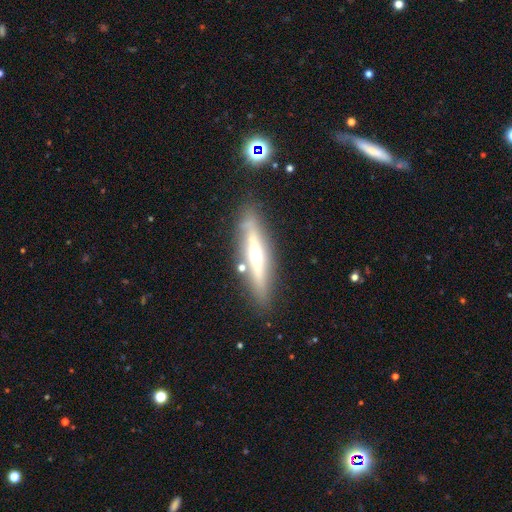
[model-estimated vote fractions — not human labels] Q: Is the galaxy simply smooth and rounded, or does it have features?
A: featured or disk — 68%.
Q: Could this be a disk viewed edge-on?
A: yes — 86%.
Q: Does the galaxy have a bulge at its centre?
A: rounded — 84%.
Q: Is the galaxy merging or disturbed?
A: none — 81%.